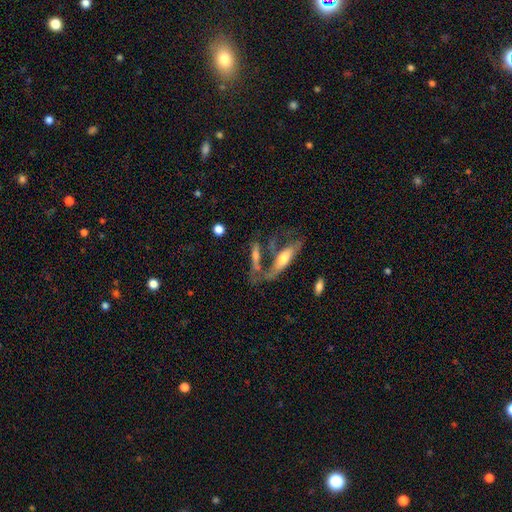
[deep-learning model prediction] smooth-or-featured: featured or disk: 56% | smooth: 34% | star or artifact: 9%
  disk-edge-on: yes: 56% | no: 44%
  merging: merger: 38% | none: 34% | major disturbance: 15% | minor disturbance: 13%